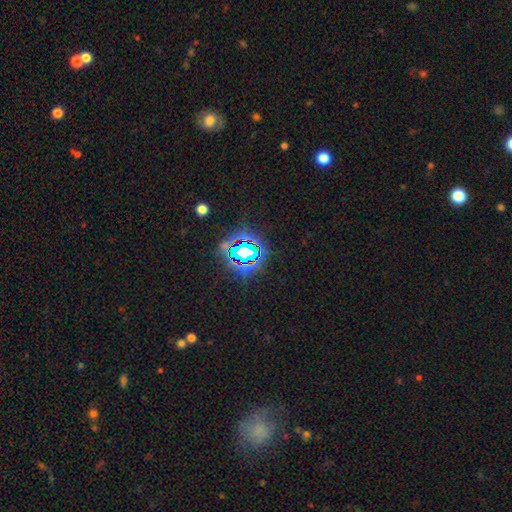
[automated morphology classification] smooth_or_featured: star or artifact (p=0.75) [alt: smooth p=0.14]